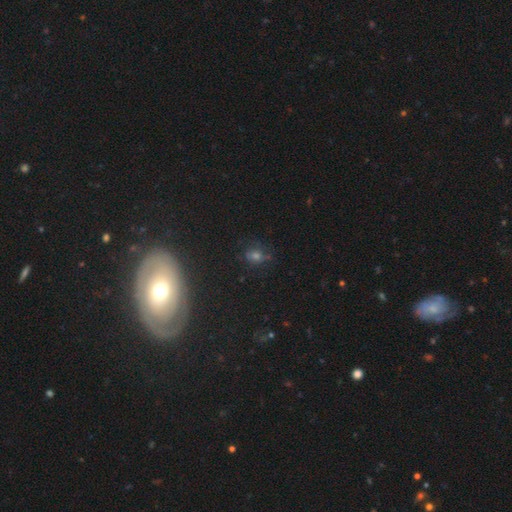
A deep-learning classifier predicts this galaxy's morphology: Smooth or featured?
  - star or artifact: 40% *
  - smooth: 38%
  - featured or disk: 22%